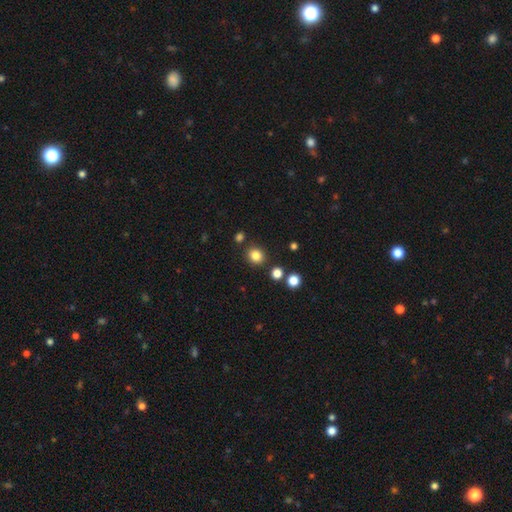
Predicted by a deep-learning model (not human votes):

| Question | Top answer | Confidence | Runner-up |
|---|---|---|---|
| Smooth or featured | smooth | 83% | star or artifact (12%) |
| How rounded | round | 78% | in between (21%) |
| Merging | none | 86% | minor disturbance (8%) |